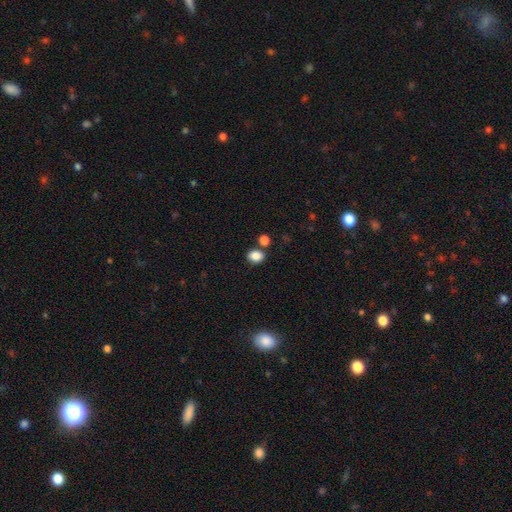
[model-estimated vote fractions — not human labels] smooth_or_featured: smooth (p=0.86) [alt: star or artifact p=0.10]
how_rounded: in between (p=0.58) [alt: round p=0.41]
merging: none (p=0.74) [alt: merger p=0.12]